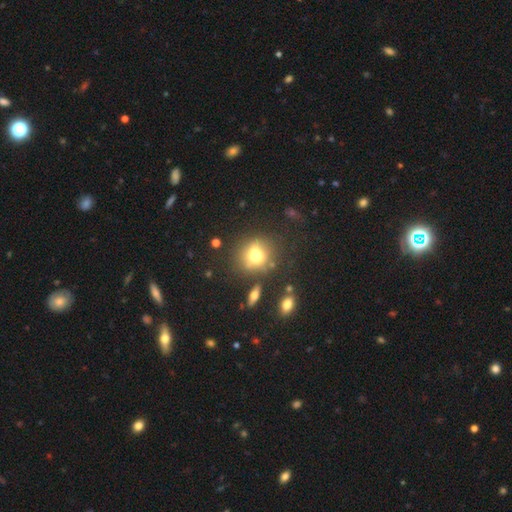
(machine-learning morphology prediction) Smooth or featured?
  - smooth: 65% *
  - featured or disk: 21%
  - star or artifact: 14%
How rounded?
  - round: 77% *
  - in between: 21%
  - cigar-shaped: 1%
Merging?
  - none: 65% *
  - minor disturbance: 16%
  - merger: 13%
  - major disturbance: 7%